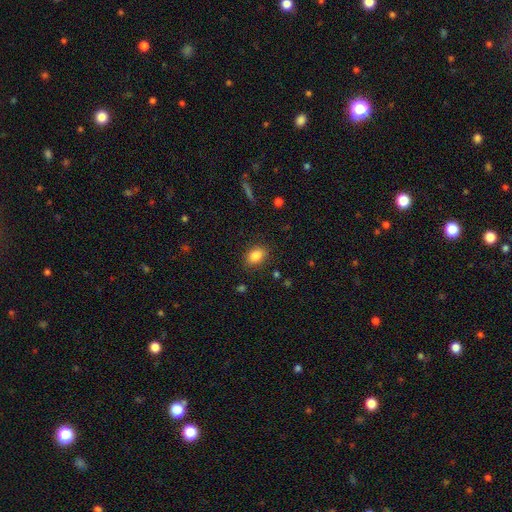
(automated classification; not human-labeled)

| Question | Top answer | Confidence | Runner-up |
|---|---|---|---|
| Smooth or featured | smooth | 85% | star or artifact (9%) |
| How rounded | in between | 76% | round (23%) |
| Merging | none | 84% | minor disturbance (11%) |